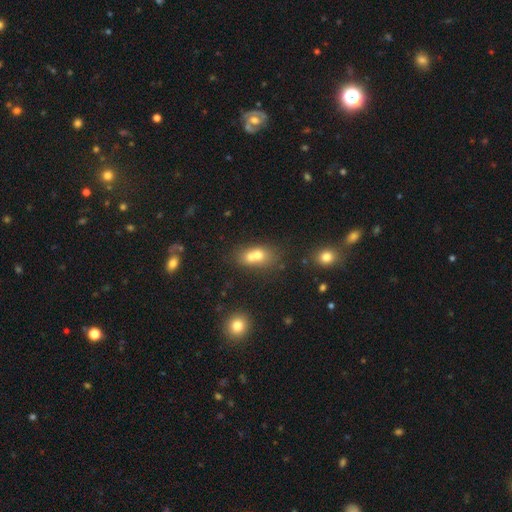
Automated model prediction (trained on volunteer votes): smooth-or-featured: smooth: 66% | featured or disk: 22% | star or artifact: 12%
  how-rounded: in between: 57% | round: 40% | cigar-shaped: 3%
  merging: merger: 64% | none: 24% | minor disturbance: 8% | major disturbance: 4%